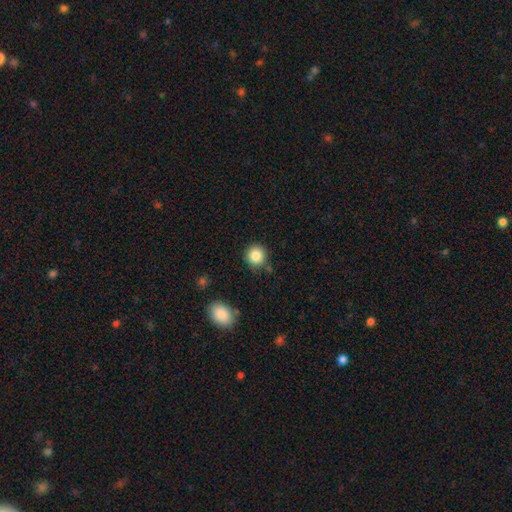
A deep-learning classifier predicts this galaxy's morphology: Smooth or featured? smooth (86%)
How rounded? round (92%)
Merging? none (83%)